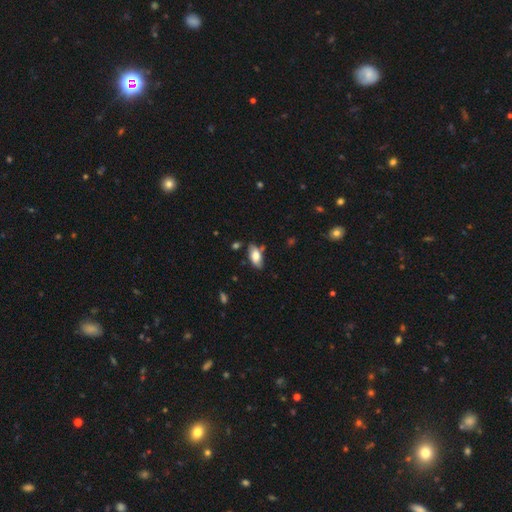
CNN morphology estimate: Smooth or featured: smooth — 72% (featured or disk — 21%)
How rounded: in between — 88% (cigar-shaped — 9%)
Merging: none — 67% (minor disturbance — 23%)